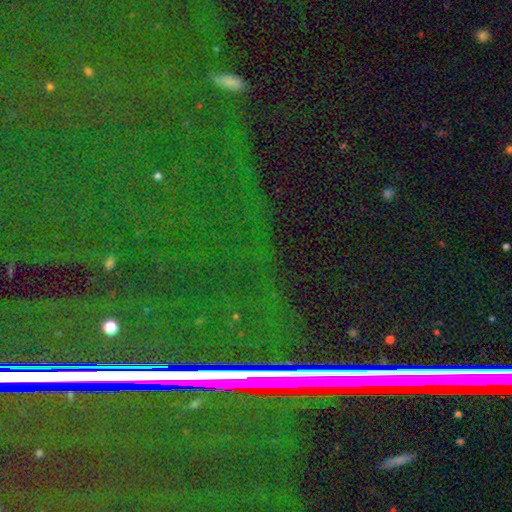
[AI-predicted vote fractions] Smooth or featured? star or artifact (82%)